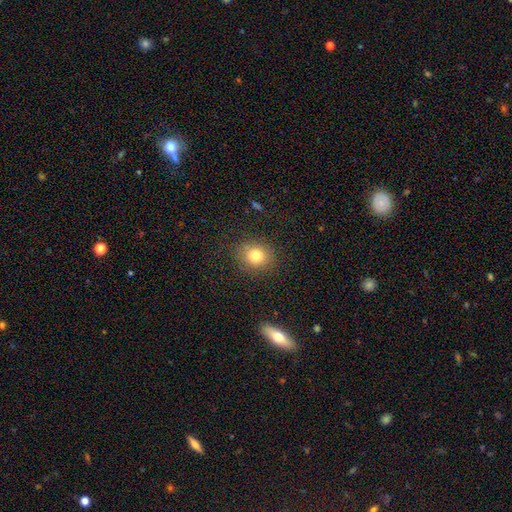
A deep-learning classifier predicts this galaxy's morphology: Smooth or featured? Predicted: smooth (p=0.78). How rounded? Predicted: round (p=0.72). Merging? Predicted: none (p=0.85).